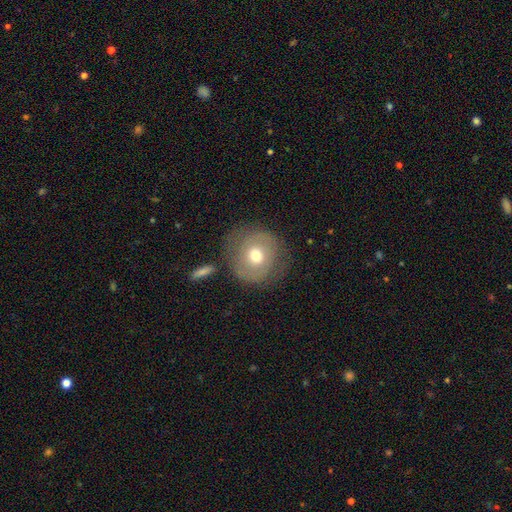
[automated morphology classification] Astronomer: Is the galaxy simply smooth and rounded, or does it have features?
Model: smooth — 54% (runner-up: featured or disk, 38%).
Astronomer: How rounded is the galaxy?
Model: round — 86%.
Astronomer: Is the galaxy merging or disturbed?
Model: none — 69%.